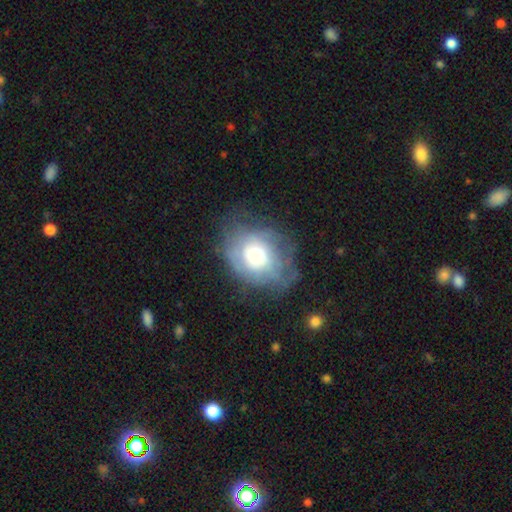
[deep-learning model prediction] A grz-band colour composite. It shows a featured or disk galaxy (52%). Merging: none (54%).